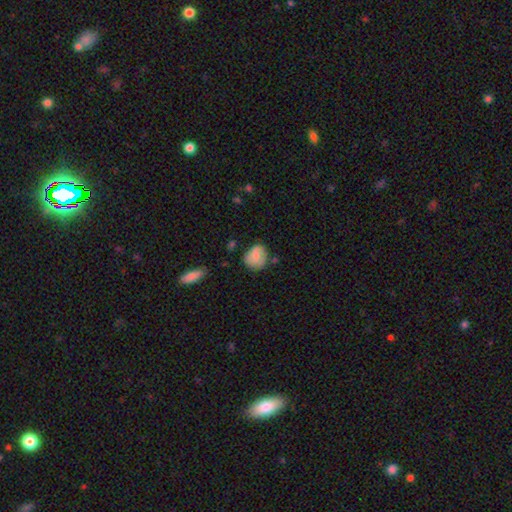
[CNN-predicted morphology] Smooth or featured?
  - smooth: 75% *
  - featured or disk: 17%
  - star or artifact: 8%
How rounded?
  - round: 62% *
  - in between: 37%
  - cigar-shaped: 1%
Merging?
  - none: 62% *
  - minor disturbance: 27%
  - major disturbance: 7%
  - merger: 4%